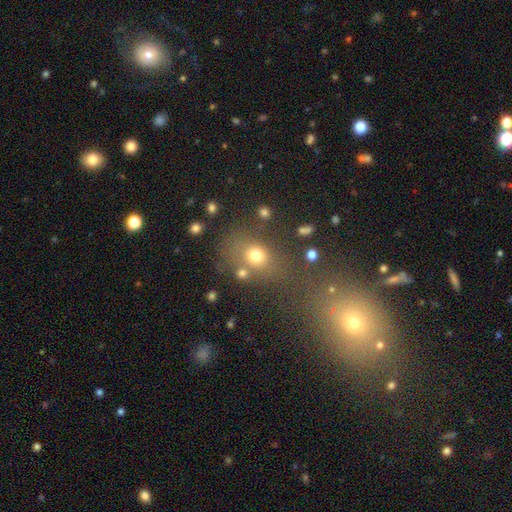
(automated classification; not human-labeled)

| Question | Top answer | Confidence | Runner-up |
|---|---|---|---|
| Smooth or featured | smooth | 72% | star or artifact (17%) |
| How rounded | round | 59% | in between (38%) |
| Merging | none | 60% | merger (15%) |